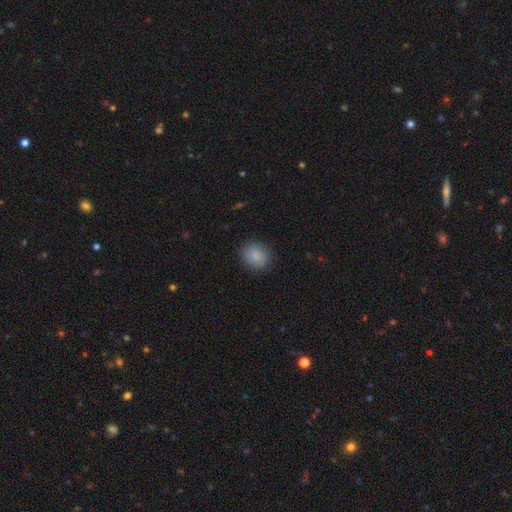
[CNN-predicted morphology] Smooth or featured? smooth (88%)
How rounded? round (67%)
Merging? none (88%)